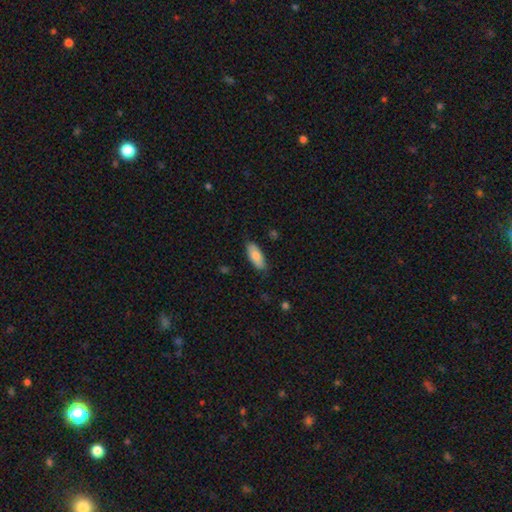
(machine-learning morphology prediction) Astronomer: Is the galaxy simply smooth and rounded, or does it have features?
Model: smooth — 81%.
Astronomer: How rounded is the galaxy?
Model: in between — 83%.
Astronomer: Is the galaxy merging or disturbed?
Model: none — 82%.